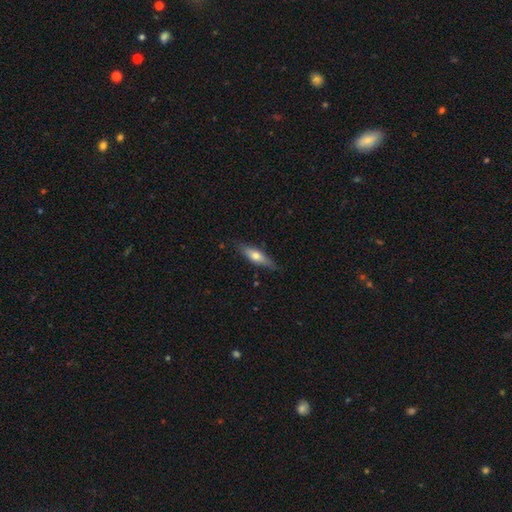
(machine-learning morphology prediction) smooth 57%, featured or disk 37%, star or artifact 6%. Down the decision tree: how rounded — cigar-shaped (60%); merging — none (82%).